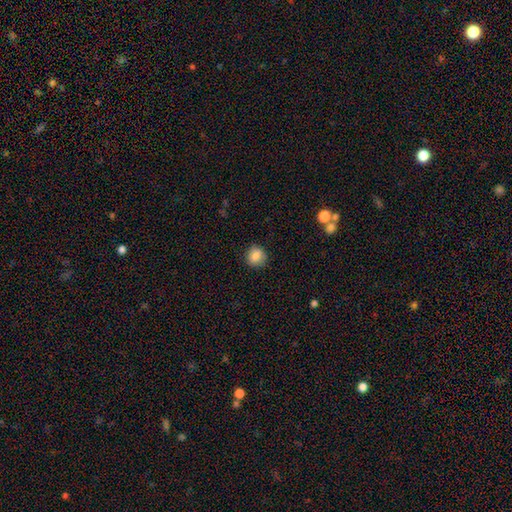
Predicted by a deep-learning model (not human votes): smooth-or-featured: smooth: 84% | star or artifact: 9% | featured or disk: 7%
  how-rounded: round: 83% | in between: 16% | cigar-shaped: 1%
  merging: none: 88% | minor disturbance: 9% | major disturbance: 2% | merger: 1%